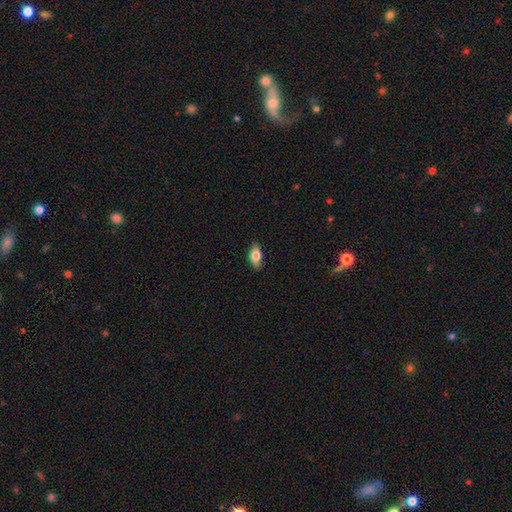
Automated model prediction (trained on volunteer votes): smooth-or-featured: smooth: 77% | featured or disk: 16% | star or artifact: 7%
  how-rounded: in between: 87% | cigar-shaped: 8% | round: 4%
  merging: none: 86% | minor disturbance: 11% | major disturbance: 2% | merger: 1%